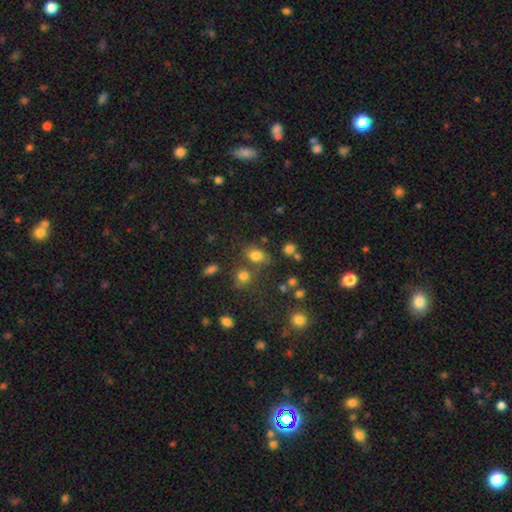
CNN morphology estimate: Overall: smooth (76%). How rounded: in between (68%; round 31%). Merging: none (62%).